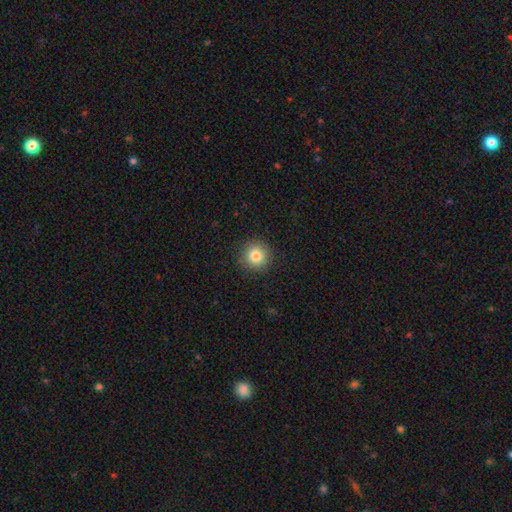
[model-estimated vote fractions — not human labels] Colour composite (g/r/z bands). It shows a smooth galaxy with no disk features (82%) that is round (94%). Merging: none (91%).